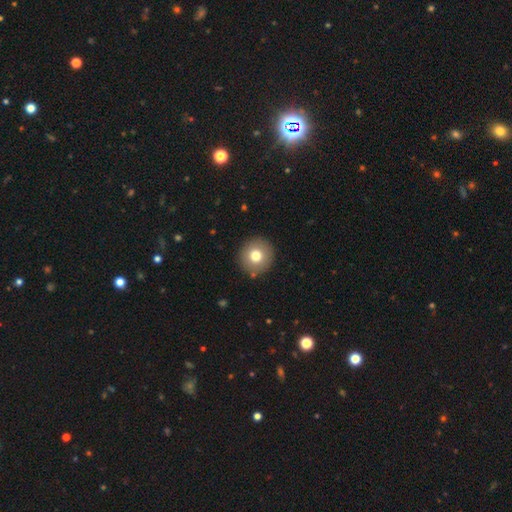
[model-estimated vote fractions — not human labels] smooth-or-featured: smooth: 74% | featured or disk: 16% | star or artifact: 10%
  how-rounded: round: 94% | in between: 5% | cigar-shaped: 1%
  merging: none: 90% | minor disturbance: 6% | major disturbance: 2% | merger: 2%